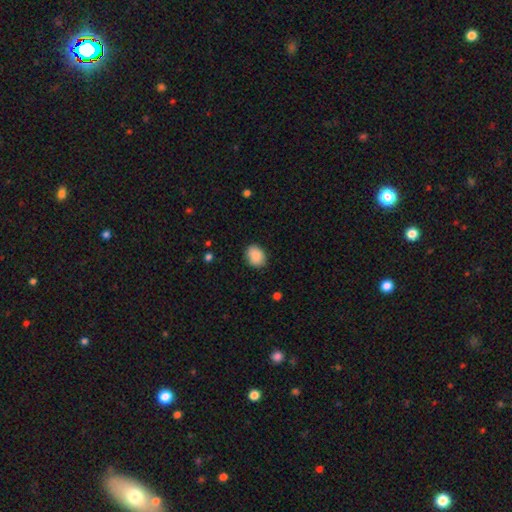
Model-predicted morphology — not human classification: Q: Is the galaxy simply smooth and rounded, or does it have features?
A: smooth — 89%.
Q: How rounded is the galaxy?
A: in between — 59%.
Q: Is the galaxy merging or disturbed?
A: none — 84%.